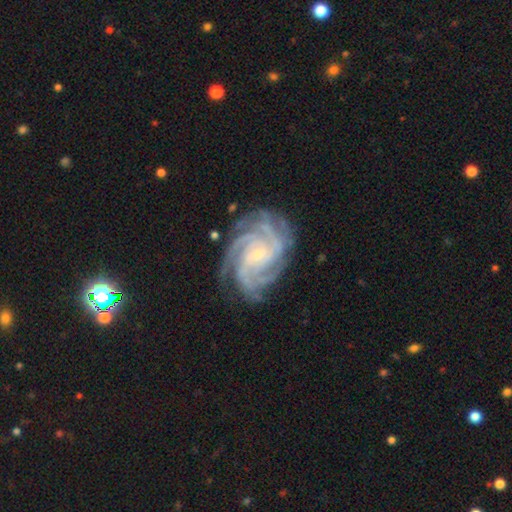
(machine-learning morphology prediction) Smooth or featured? Predicted: featured or disk (p=0.89). Edge-on disk? Predicted: no (p=0.98). Bar? Predicted: no (p=0.56). Spiral arms? Predicted: yes (p=0.99). Spiral winding? Predicted: tight (p=0.70). Spiral arm count? Predicted: 4 (p=0.36). Bulge size? Predicted: small (p=0.75). Merging? Predicted: none (p=0.79).